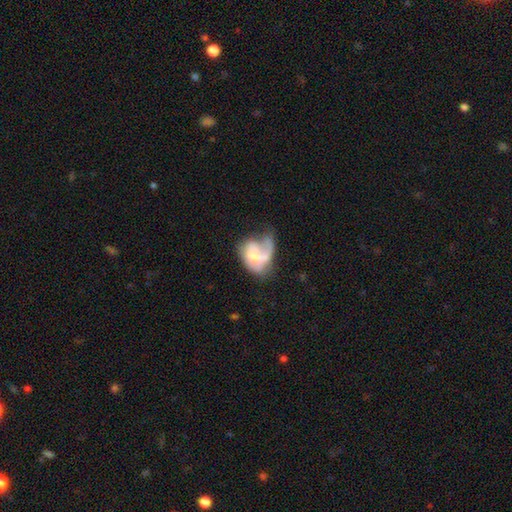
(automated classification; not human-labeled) A featured or disk galaxy (48%).

Vote fractions:
- Smooth or featured? featured or disk: 48% / smooth: 44% / star or artifact: 7%
- Merging? major disturbance: 40% / merger: 27% / none: 17% / minor disturbance: 16%